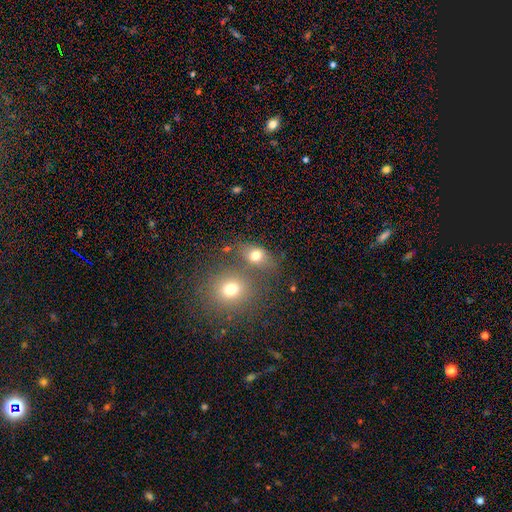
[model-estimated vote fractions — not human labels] smooth_or_featured: smooth (p=0.73) [alt: star or artifact p=0.15]
how_rounded: in between (p=0.52) [alt: round p=0.46]
merging: none (p=0.52) [alt: merger p=0.31]